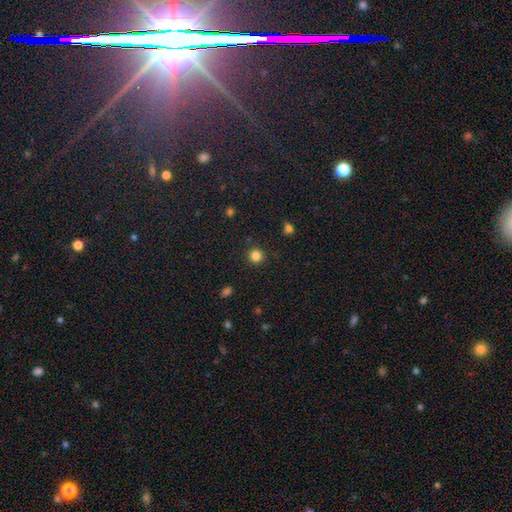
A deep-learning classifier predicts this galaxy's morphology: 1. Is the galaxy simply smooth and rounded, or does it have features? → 84% smooth, 12% star or artifact, 4% featured or disk.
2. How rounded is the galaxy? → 94% round, 5% in between, 1% cigar-shaped.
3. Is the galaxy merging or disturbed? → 91% none, 6% minor disturbance, 2% major disturbance, 2% merger.